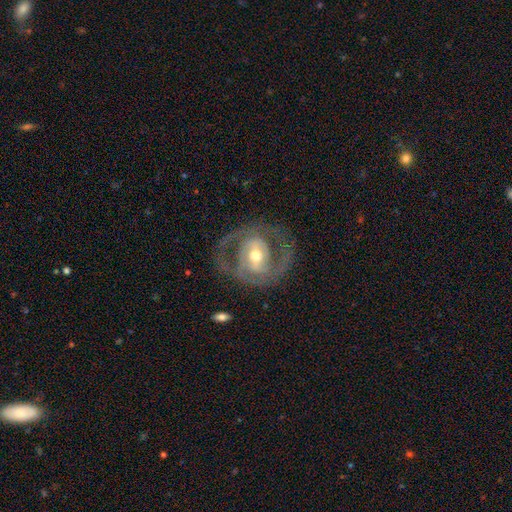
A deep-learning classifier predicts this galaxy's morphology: smooth-or-featured: featured or disk: 84% | smooth: 11% | star or artifact: 5%
  disk-edge-on: no: 96% | yes: 4%
    bar: weak: 38% | strong: 35% | no: 28%
    has-spiral-arms: yes: 83% | no: 17%
      spiral-winding: medium: 45% | tight: 40% | loose: 15%
      spiral-arm-count: 2: 79% | can't tell: 10% | 3: 4% | 1: 4% | 4: 1% | more than 4: 1%
    bulge-size: moderate: 68% | small: 23% | large: 7% | dominant: 1% | none: 1%
  merging: none: 72% | minor disturbance: 14% | major disturbance: 13% | merger: 1%